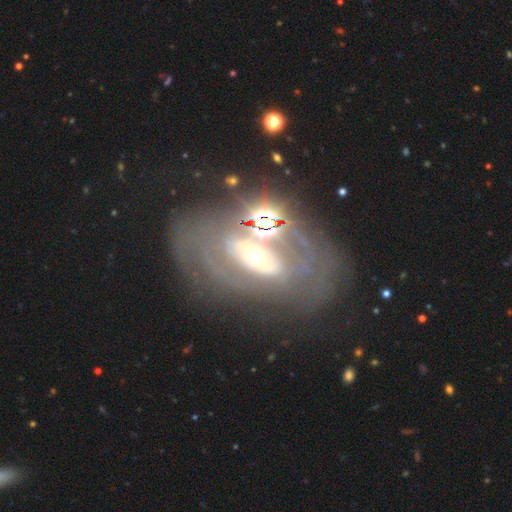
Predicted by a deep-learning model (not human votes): Smooth or featured?
  - featured or disk: 68% *
  - smooth: 16%
  - star or artifact: 15%
Edge-on disk?
  - no: 90% *
  - yes: 10%
Bar?
  - no: 54% *
  - strong: 23%
  - weak: 23%
Spiral arms?
  - no: 51% *
  - yes: 49%
Bulge size?
  - moderate: 58% *
  - small: 27%
  - large: 10%
  - dominant: 3%
  - none: 2%
Merging?
  - none: 55% *
  - major disturbance: 18%
  - minor disturbance: 17%
  - merger: 10%